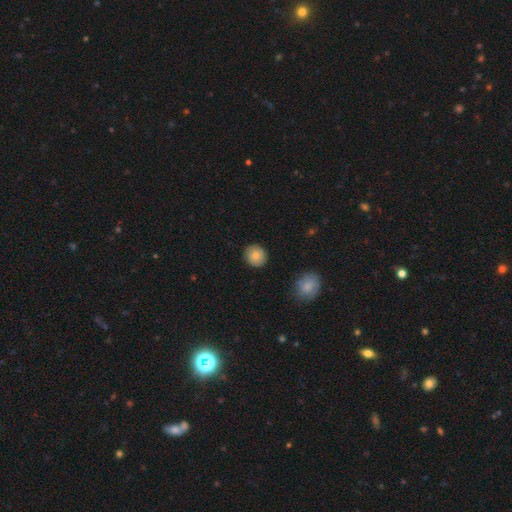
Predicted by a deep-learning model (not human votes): smooth 80%, featured or disk 12%, star or artifact 8%. Down the decision tree: how rounded — round (83%); merging — none (89%).